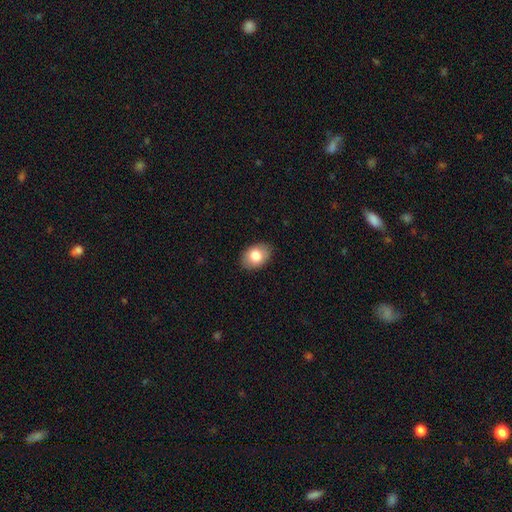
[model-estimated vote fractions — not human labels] A smooth galaxy with no disk features (80%) that is in between round and cigar-shaped (78%).

Vote fractions:
- Smooth or featured? smooth: 80% / featured or disk: 12% / star or artifact: 8%
- How rounded? in between: 78% / round: 21% / cigar-shaped: 1%
- Merging? none: 86% / minor disturbance: 10% / major disturbance: 2% / merger: 1%